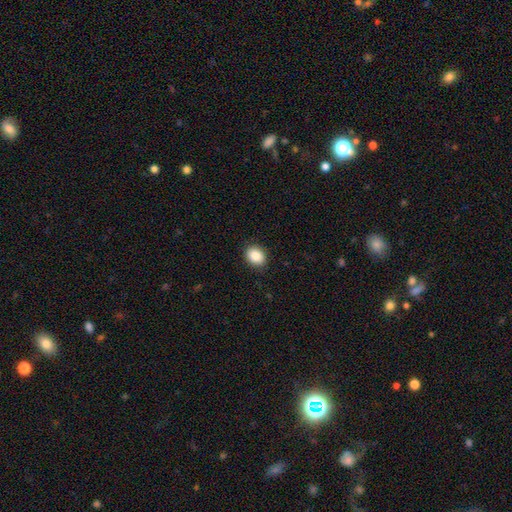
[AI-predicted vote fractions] Smooth or featured: smooth — 88% (star or artifact — 8%)
How rounded: in between — 56% (round — 43%)
Merging: none — 89% (minor disturbance — 8%)